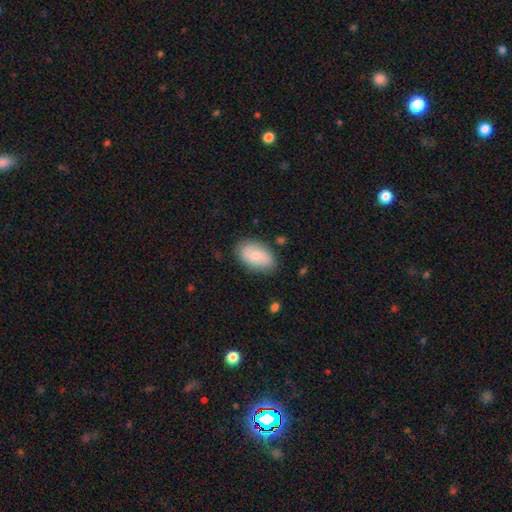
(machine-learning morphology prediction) smooth 73%, featured or disk 20%, star or artifact 6%. Down the decision tree: how rounded — in between (92%); merging — none (77%).